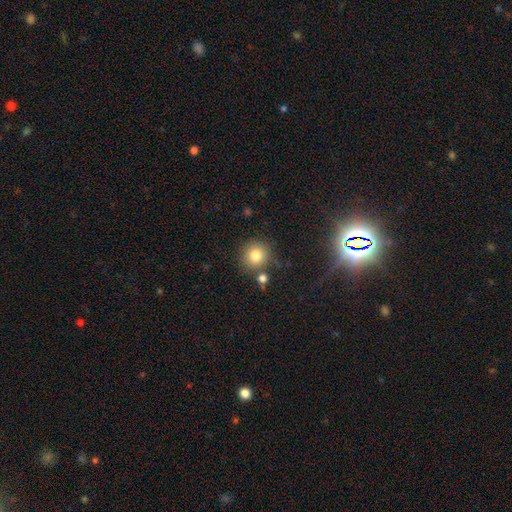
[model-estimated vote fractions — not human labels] Overall: smooth (81%). How rounded: round (91%). Merging: none (79%).